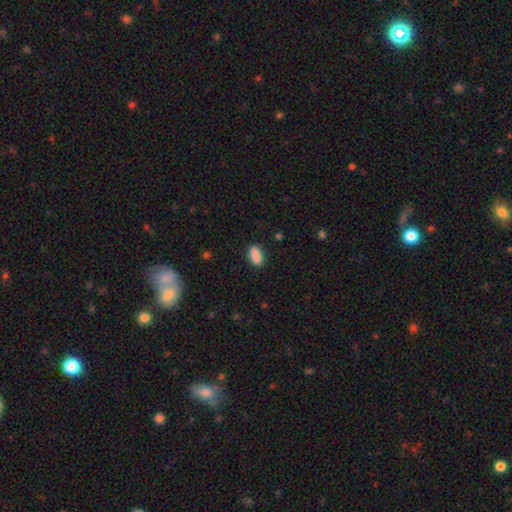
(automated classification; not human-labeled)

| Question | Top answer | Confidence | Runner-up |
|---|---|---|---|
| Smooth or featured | smooth | 88% | star or artifact (8%) |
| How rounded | in between | 86% | cigar-shaped (10%) |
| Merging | none | 86% | minor disturbance (10%) |